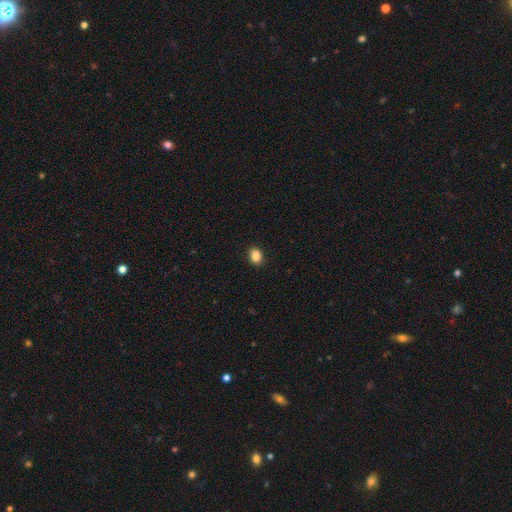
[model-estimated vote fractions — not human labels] A smooth galaxy with no disk features (87%) that is in between round and cigar-shaped (57%).

Vote fractions:
- Smooth or featured? smooth: 87% / star or artifact: 9% / featured or disk: 3%
- How rounded? in between: 57% / round: 41% / cigar-shaped: 1%
- Merging? none: 89% / minor disturbance: 8% / major disturbance: 2% / merger: 1%